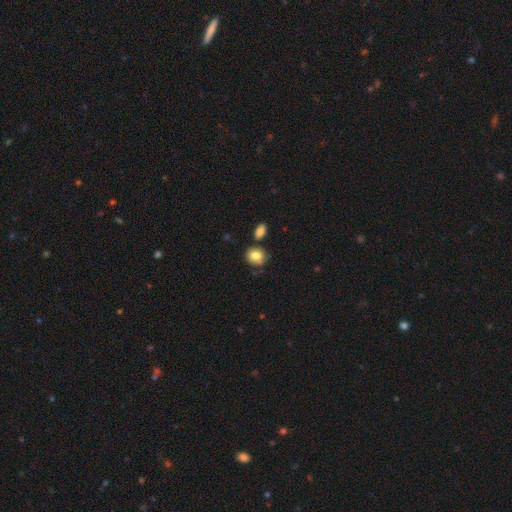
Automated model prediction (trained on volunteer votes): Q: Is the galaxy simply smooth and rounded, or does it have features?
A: smooth — 81%.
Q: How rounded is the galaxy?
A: round — 63%.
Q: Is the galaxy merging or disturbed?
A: none — 67%.